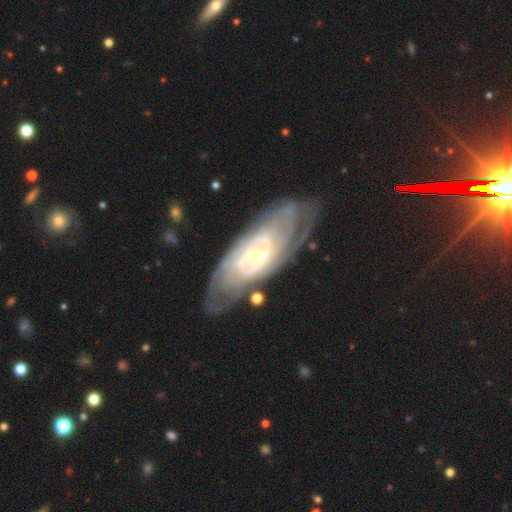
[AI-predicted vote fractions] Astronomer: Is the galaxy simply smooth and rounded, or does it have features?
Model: featured or disk — 85%.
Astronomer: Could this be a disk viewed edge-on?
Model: no — 90%.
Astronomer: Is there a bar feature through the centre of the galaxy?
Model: weak — 47% (runner-up: no, 28%).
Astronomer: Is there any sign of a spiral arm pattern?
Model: yes — 95%.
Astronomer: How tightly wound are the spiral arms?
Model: tight — 62%.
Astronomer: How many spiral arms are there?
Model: can't tell — 38% (runner-up: 2, 33%).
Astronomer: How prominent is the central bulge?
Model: small — 63%.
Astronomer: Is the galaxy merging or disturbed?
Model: none — 71%.